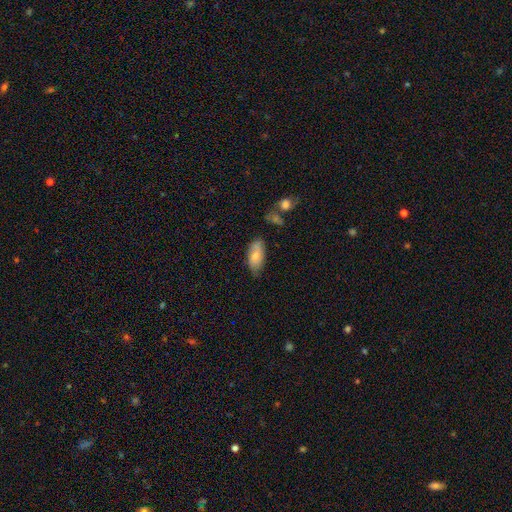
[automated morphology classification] This is likely a smooth galaxy (73%). How rounded: clearly in between (90%). Merging: likely none (69%).